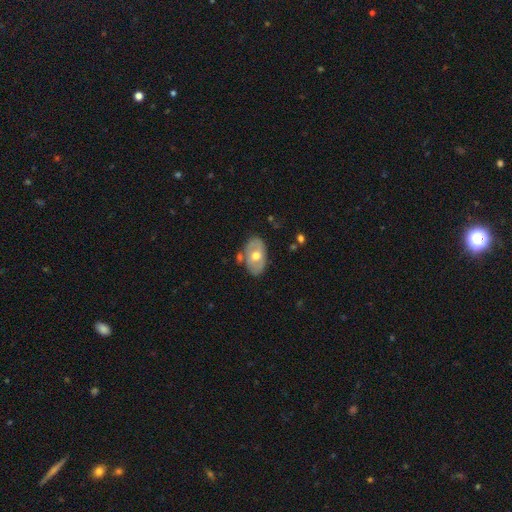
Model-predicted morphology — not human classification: Smooth or featured: smooth — 49% (featured or disk — 45%)
Merging: none — 74% (minor disturbance — 15%)